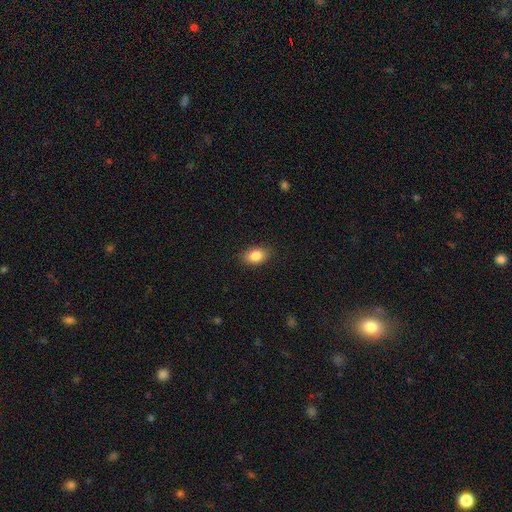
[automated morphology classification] Smooth or featured? Predicted: smooth (p=0.86). How rounded? Predicted: in between (p=0.85). Merging? Predicted: none (p=0.87).